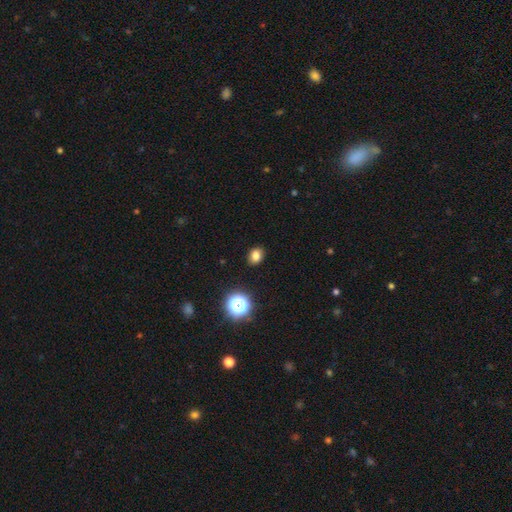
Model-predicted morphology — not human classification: smooth 80%, star or artifact 14%, featured or disk 6%. Down the decision tree: how rounded — in between (57%); merging — none (89%).